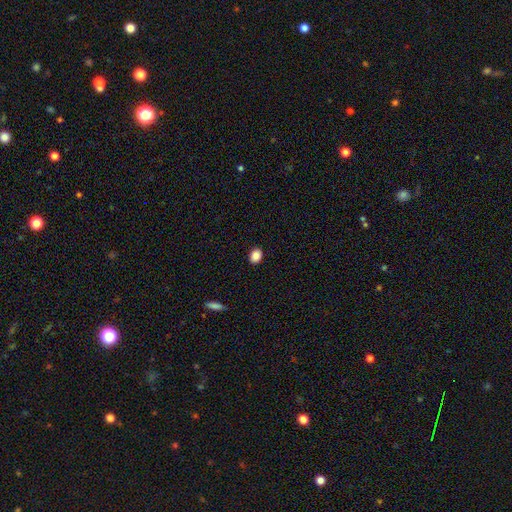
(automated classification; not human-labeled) Overall: smooth (87%). How rounded: in between (55%; round 44%). Merging: none (91%).